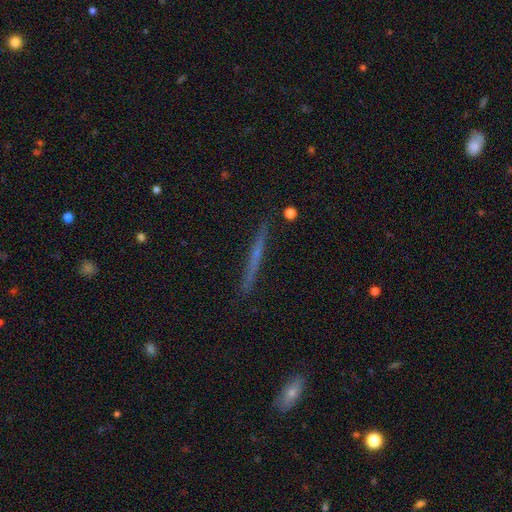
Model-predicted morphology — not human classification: The model was most divided on "smooth or featured": featured or disk: 59%, smooth: 33%, star or artifact: 8%. More confident: edge-on disk — yes (97%); merging — none (90%); edge-on bulge — none (71%).